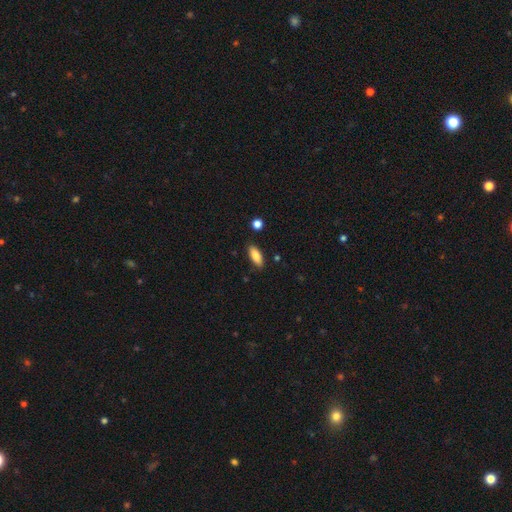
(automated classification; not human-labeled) Q: Smooth or featured?
A: smooth (85%); runner-up: featured or disk (9%)
Q: How rounded?
A: in between (77%); runner-up: cigar-shaped (21%)
Q: Merging?
A: none (86%); runner-up: minor disturbance (10%)